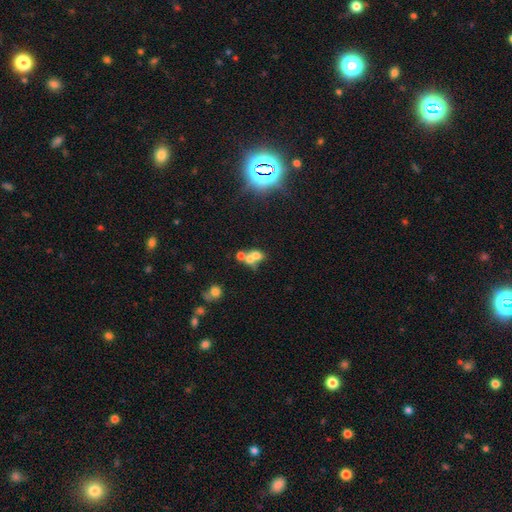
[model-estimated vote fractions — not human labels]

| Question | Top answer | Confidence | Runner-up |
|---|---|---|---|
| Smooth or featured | smooth | 57% | featured or disk (26%) |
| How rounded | round | 51% | in between (47%) |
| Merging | merger | 62% | none (24%) |